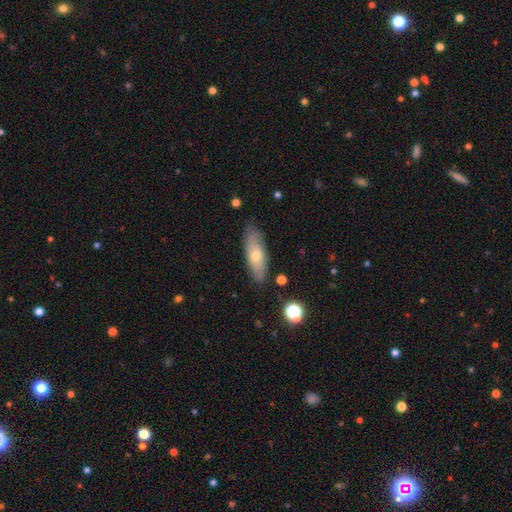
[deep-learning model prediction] A smooth galaxy with no disk features (58%) that is in between round and cigar-shaped (63%).

Vote fractions:
- Smooth or featured? smooth: 58% / featured or disk: 34% / star or artifact: 8%
- How rounded? in between: 63% / cigar-shaped: 34% / round: 3%
- Merging? none: 80% / minor disturbance: 15% / major disturbance: 3% / merger: 2%